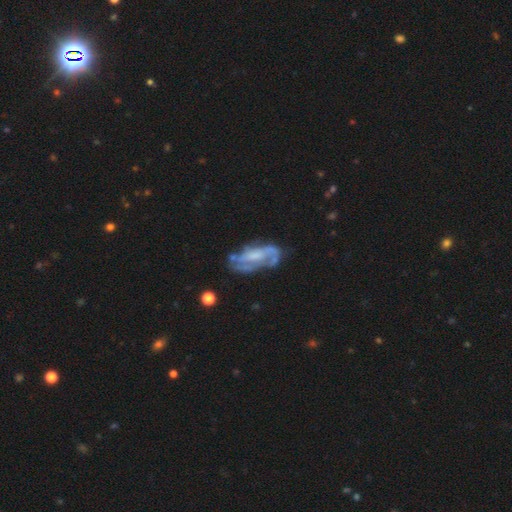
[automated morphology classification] This is likely a featured or disk galaxy (75%). It is clearly not viewed edge-on (91%). Bar: marginally no (45%). Spiral arm pattern: clearly yes (82%). Spiral arm count: marginally 2 (43%). Spiral winding: marginally medium (42%). Central bulge: marginally none (31%, tied with moderate). Merging: possibly none (56%).